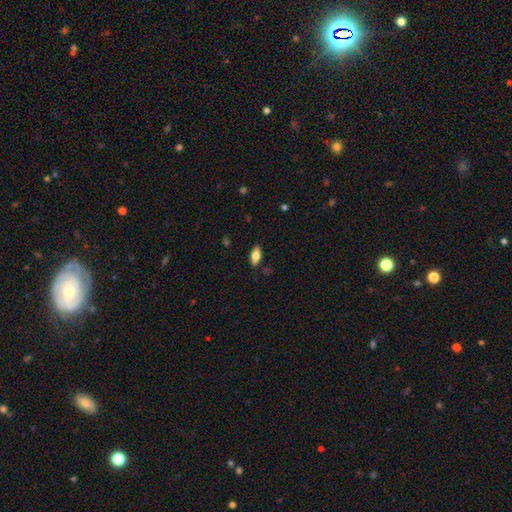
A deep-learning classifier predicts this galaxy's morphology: The model was most divided on "smooth or featured": smooth: 75%, featured or disk: 17%, star or artifact: 7%. More confident: how rounded — in between (86%); merging — none (86%).